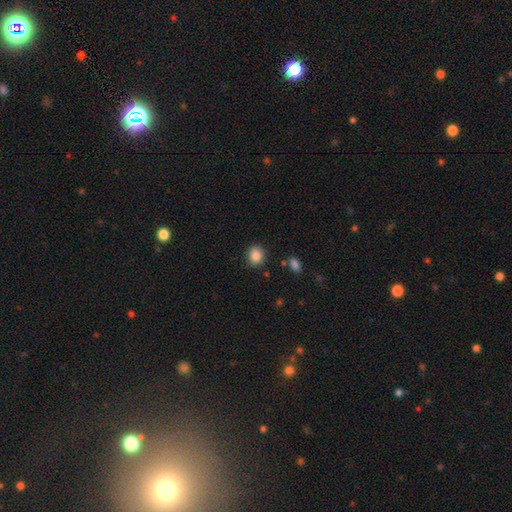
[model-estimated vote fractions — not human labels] Q: Smooth or featured?
A: smooth (86%); runner-up: star or artifact (9%)
Q: How rounded?
A: round (77%); runner-up: in between (22%)
Q: Merging?
A: none (88%); runner-up: minor disturbance (8%)